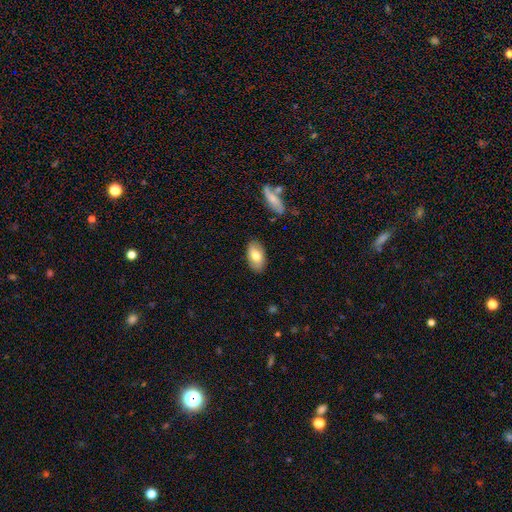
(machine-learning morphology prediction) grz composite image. It shows a smooth galaxy with no disk features (74%) that is in between round and cigar-shaped (94%). Merging: none (86%).